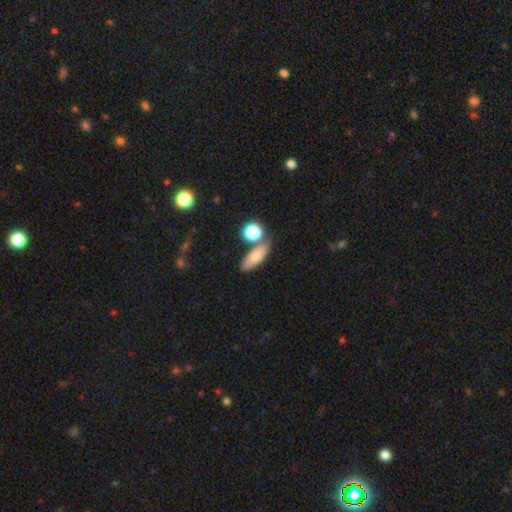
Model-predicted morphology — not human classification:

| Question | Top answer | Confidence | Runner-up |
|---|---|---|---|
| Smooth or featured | smooth | 77% | featured or disk (13%) |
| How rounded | in between | 58% | cigar-shaped (33%) |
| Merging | none | 68% | merger (15%) |